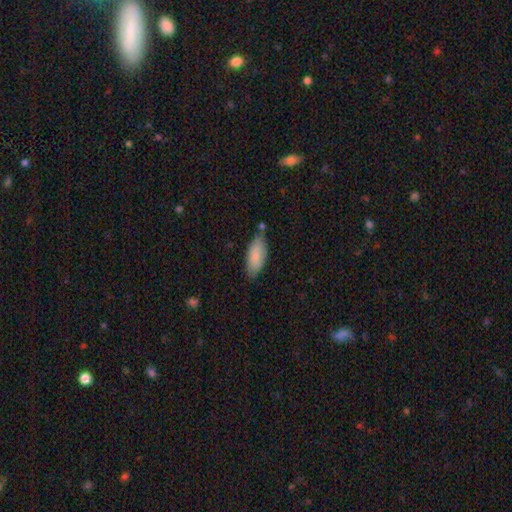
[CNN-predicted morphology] The model was most divided on "merging": none: 67%, minor disturbance: 22%, merger: 6%, major disturbance: 4%. More confident: smooth or featured — smooth (85%); how rounded — in between (83%).